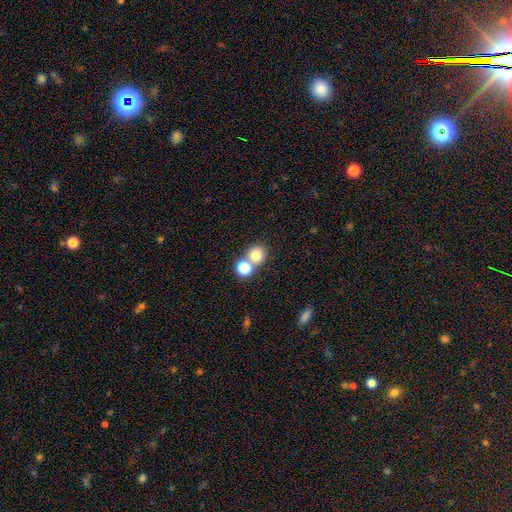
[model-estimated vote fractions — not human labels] A smooth galaxy with no disk features (78%) that is round (82%). Merging: none (50%).